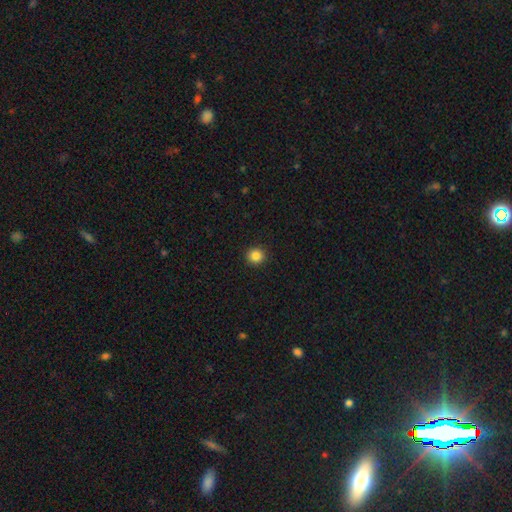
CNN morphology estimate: Q: Smooth or featured?
A: smooth (85%); runner-up: star or artifact (11%)
Q: How rounded?
A: round (92%); runner-up: in between (7%)
Q: Merging?
A: none (93%); runner-up: minor disturbance (5%)